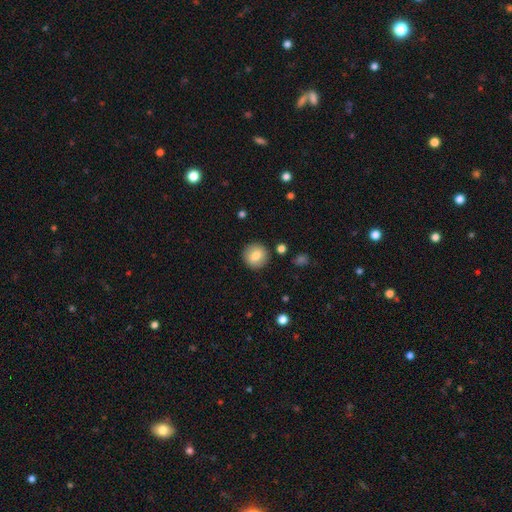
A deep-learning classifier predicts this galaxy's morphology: smooth-or-featured: smooth: 79% | featured or disk: 13% | star or artifact: 8%
  how-rounded: round: 93% | in between: 6% | cigar-shaped: 1%
  merging: none: 90% | minor disturbance: 6% | major disturbance: 2% | merger: 2%